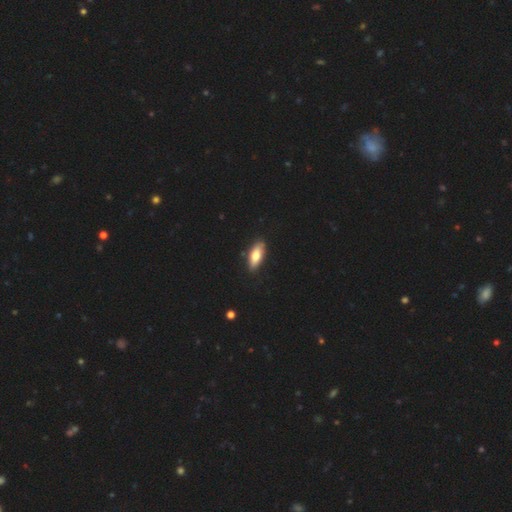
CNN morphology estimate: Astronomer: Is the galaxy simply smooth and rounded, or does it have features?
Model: smooth — 73%.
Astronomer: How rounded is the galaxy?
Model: in between — 73%.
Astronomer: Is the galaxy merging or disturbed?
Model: none — 86%.